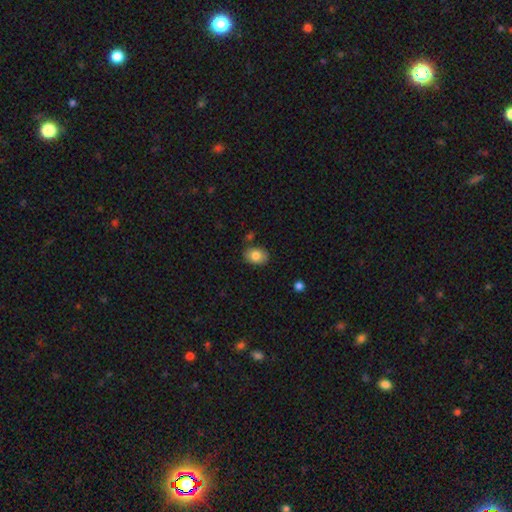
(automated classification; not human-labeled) Smooth or featured: smooth — 81% (featured or disk — 11%)
How rounded: in between — 75% (round — 24%)
Merging: none — 80% (minor disturbance — 14%)